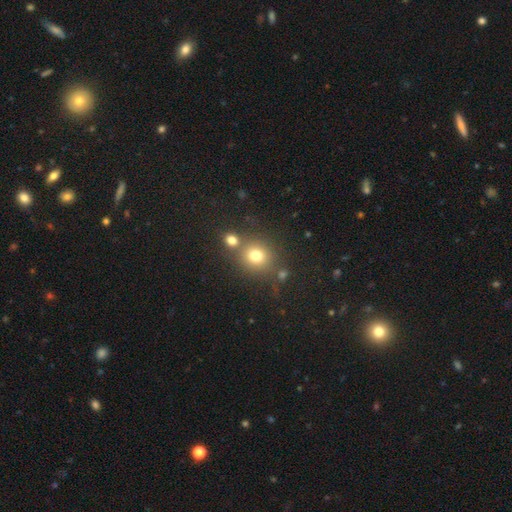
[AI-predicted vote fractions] Overall: smooth (75%). How rounded: round (84%). Merging: none (67%).